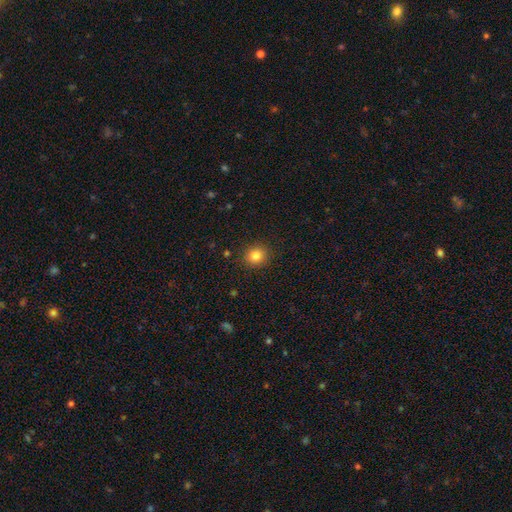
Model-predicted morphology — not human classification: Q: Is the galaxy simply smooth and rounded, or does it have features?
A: smooth — 83%.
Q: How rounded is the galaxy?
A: round — 85%.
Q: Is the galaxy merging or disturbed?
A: none — 90%.